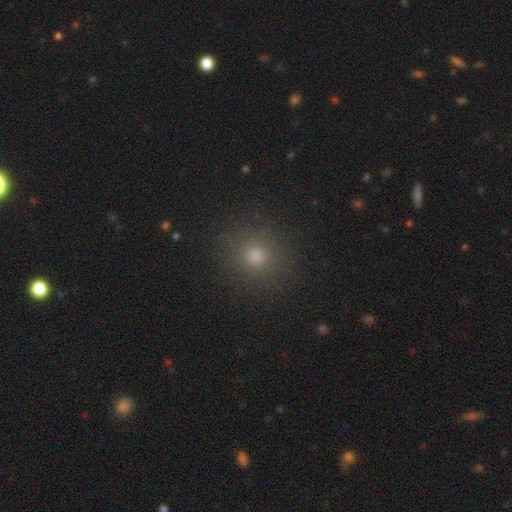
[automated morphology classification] The model was most divided on "smooth or featured": smooth: 75%, star or artifact: 19%, featured or disk: 7%. More confident: how rounded — round (90%); merging — none (89%).